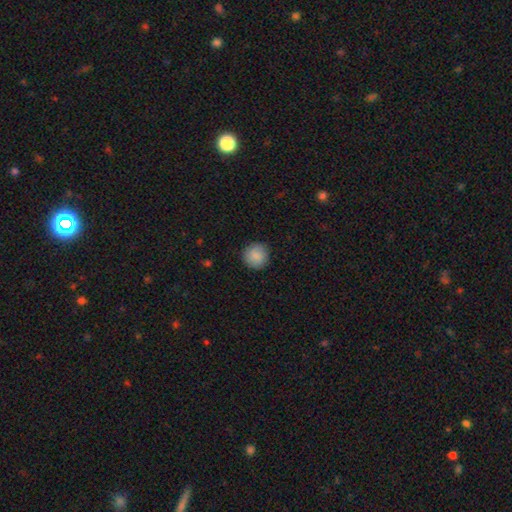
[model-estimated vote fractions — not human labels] smooth_or_featured: smooth (p=0.88) [alt: star or artifact p=0.07]
how_rounded: round (p=0.94) [alt: in between p=0.05]
merging: none (p=0.90) [alt: minor disturbance p=0.07]